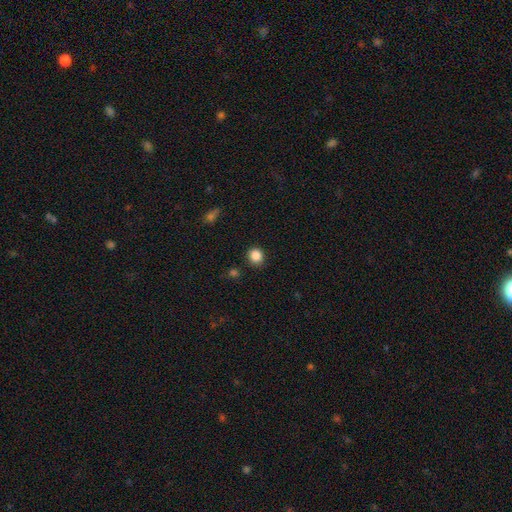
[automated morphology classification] Overall: smooth (86%). How rounded: round (88%). Merging: none (89%).